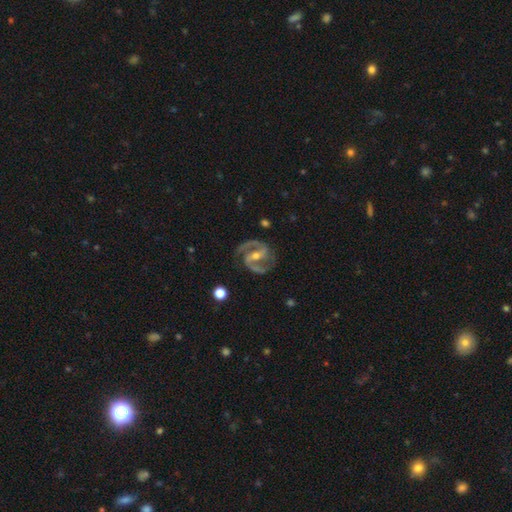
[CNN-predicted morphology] Smooth or featured?
  - featured or disk: 92% *
  - star or artifact: 4%
  - smooth: 4%
Edge-on disk?
  - no: 98% *
  - yes: 2%
Bar?
  - strong: 53% *
  - weak: 32%
  - no: 16%
Spiral arms?
  - yes: 98% *
  - no: 2%
Spiral winding?
  - medium: 61% *
  - tight: 27%
  - loose: 12%
Spiral arm count?
  - 2: 93% *
  - 3: 2%
  - can't tell: 2%
  - 1: 1%
  - 4: 1%
  - more than 4: 1%
Bulge size?
  - moderate: 51% *
  - small: 45%
  - large: 2%
  - none: 1%
  - dominant: 1%
Merging?
  - none: 80% *
  - minor disturbance: 13%
  - major disturbance: 5%
  - merger: 2%